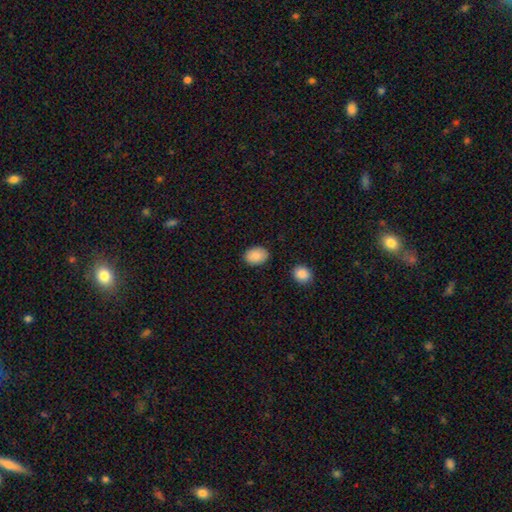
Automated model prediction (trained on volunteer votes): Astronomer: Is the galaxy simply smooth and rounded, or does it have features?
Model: smooth — 89%.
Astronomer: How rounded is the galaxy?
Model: in between — 78%.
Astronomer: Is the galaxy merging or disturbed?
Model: none — 86%.